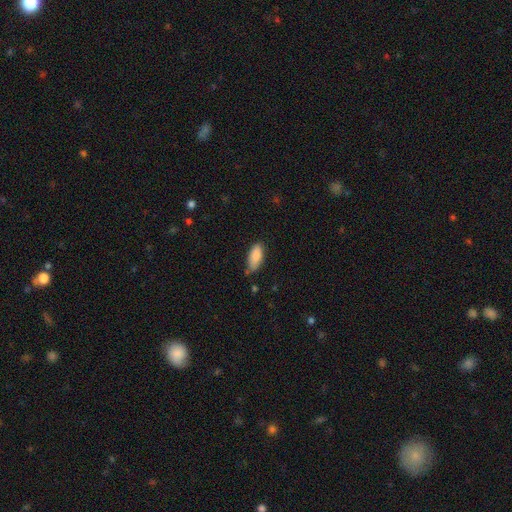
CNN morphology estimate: A smooth galaxy with no disk features (88%) that is in between round and cigar-shaped (85%).

Vote fractions:
- Smooth or featured? smooth: 88% / star or artifact: 6% / featured or disk: 6%
- How rounded? in between: 85% / cigar-shaped: 13% / round: 2%
- Merging? none: 68% / minor disturbance: 25% / major disturbance: 4% / merger: 3%